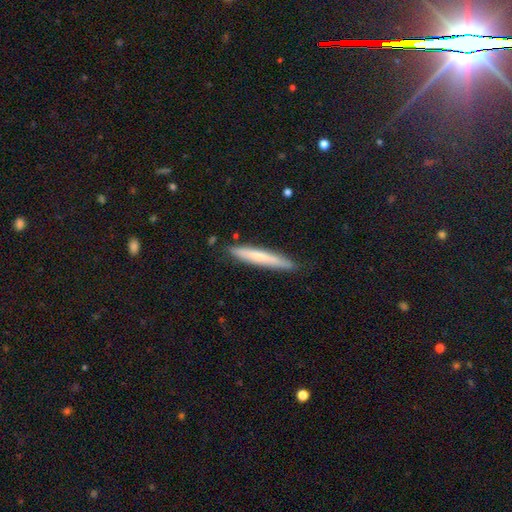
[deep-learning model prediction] This is possibly a smooth galaxy (59%). How rounded: clearly cigar-shaped (94%). Merging: clearly none (86%).